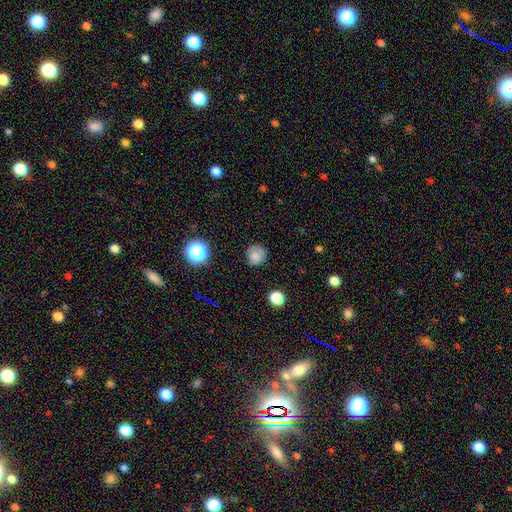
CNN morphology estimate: Q: Smooth or featured?
A: smooth (79%); runner-up: star or artifact (13%)
Q: How rounded?
A: round (88%); runner-up: in between (11%)
Q: Merging?
A: none (78%); runner-up: minor disturbance (16%)